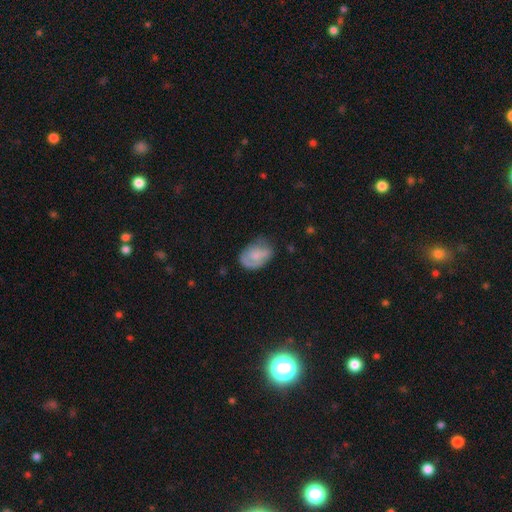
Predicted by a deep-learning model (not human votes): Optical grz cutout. It shows a smooth galaxy with no disk features (57%) that is in between round and cigar-shaped (76%). Merging: none (50%).